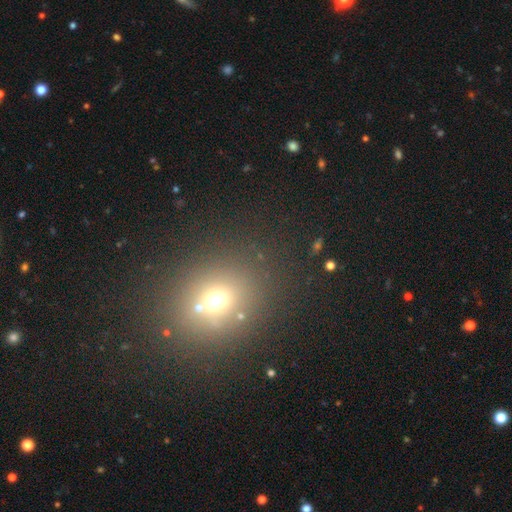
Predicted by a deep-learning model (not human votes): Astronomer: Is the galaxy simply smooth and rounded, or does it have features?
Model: smooth — 49% (runner-up: star or artifact, 37%).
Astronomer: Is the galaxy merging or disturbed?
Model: none — 85%.